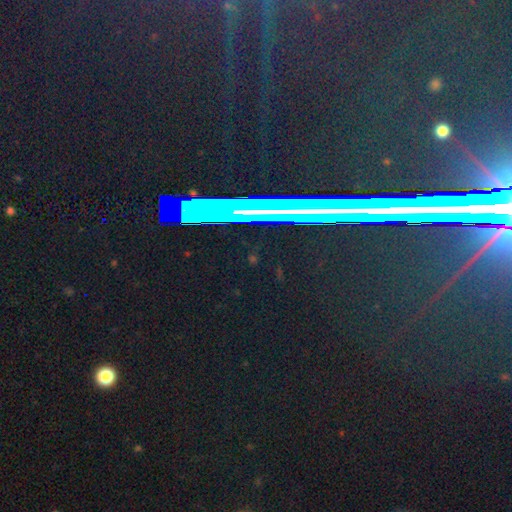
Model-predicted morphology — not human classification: Smooth or featured? Predicted: star or artifact (p=0.79).